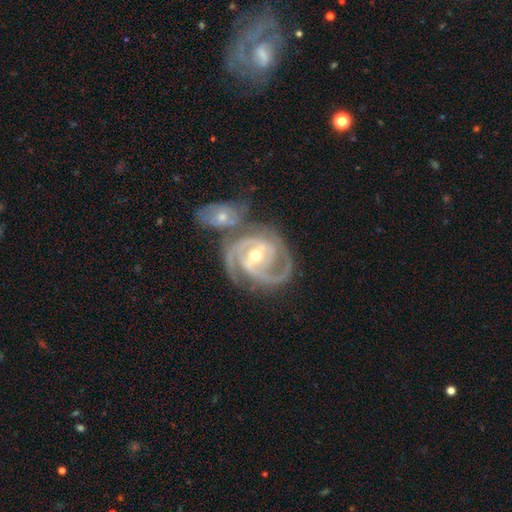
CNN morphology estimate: smooth-or-featured: featured or disk: 92% | star or artifact: 4% | smooth: 4%
  disk-edge-on: no: 98% | yes: 2%
    bar: weak: 44% | strong: 34% | no: 22%
    has-spiral-arms: yes: 98% | no: 2%
      spiral-winding: tight: 53% | medium: 41% | loose: 6%
      spiral-arm-count: 2: 55% | 3: 27% | can't tell: 7% | 1: 4% | 4: 4% | more than 4: 3%
    bulge-size: moderate: 59% | small: 38% | large: 2% | none: 1% | dominant: 1%
  merging: none: 41% | merger: 37% | minor disturbance: 14% | major disturbance: 8%